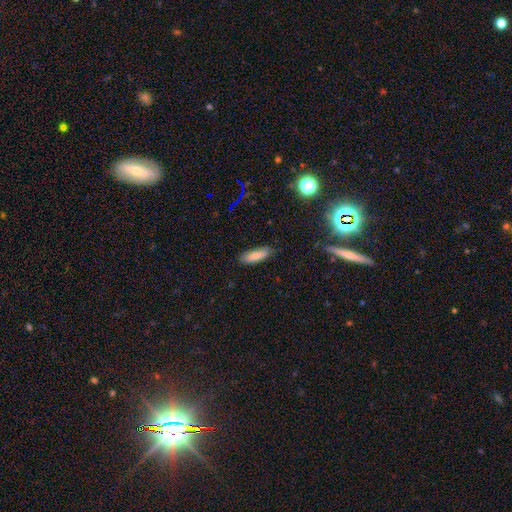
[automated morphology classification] Smooth or featured? Predicted: smooth (p=0.79). How rounded? Predicted: in between (p=0.51). Merging? Predicted: none (p=0.85).